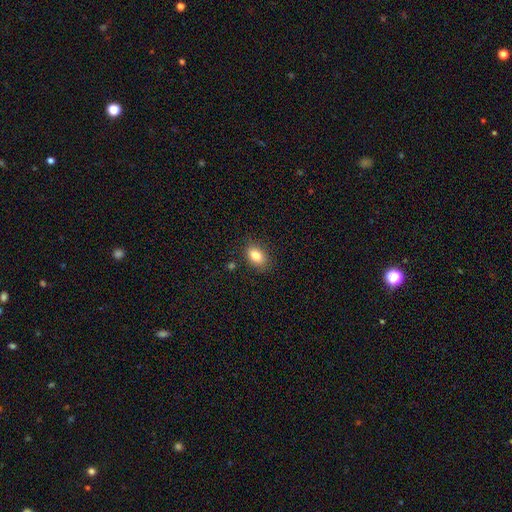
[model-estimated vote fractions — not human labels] Smooth or featured?
  - smooth: 83% *
  - star or artifact: 9%
  - featured or disk: 8%
How rounded?
  - in between: 81% *
  - round: 18%
  - cigar-shaped: 1%
Merging?
  - none: 83% *
  - minor disturbance: 12%
  - major disturbance: 3%
  - merger: 2%